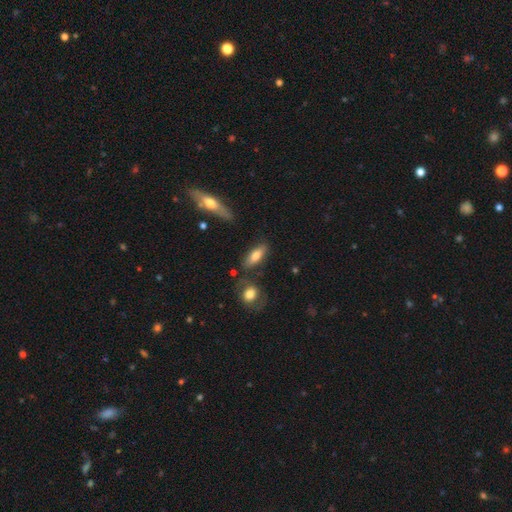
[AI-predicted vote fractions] Smooth or featured? Predicted: smooth (p=0.70). How rounded? Predicted: in between (p=0.61). Merging? Predicted: none (p=0.76).